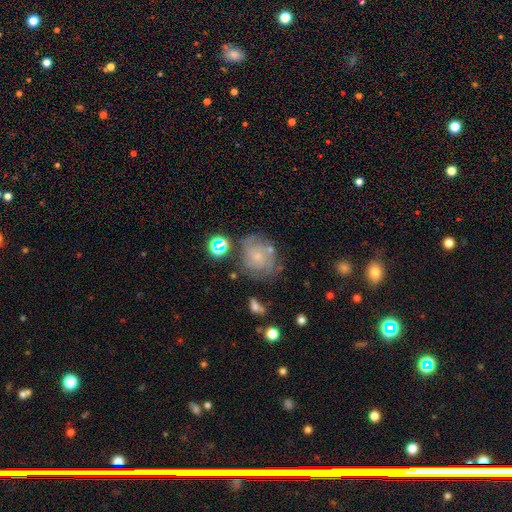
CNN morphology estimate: This is possibly a featured or disk galaxy (55%). It is clearly not viewed edge-on (97%). Bar: likely no (77%). Spiral arm pattern: likely yes (80%). Central bulge: likely small (71%). Merging: possibly none (59%).